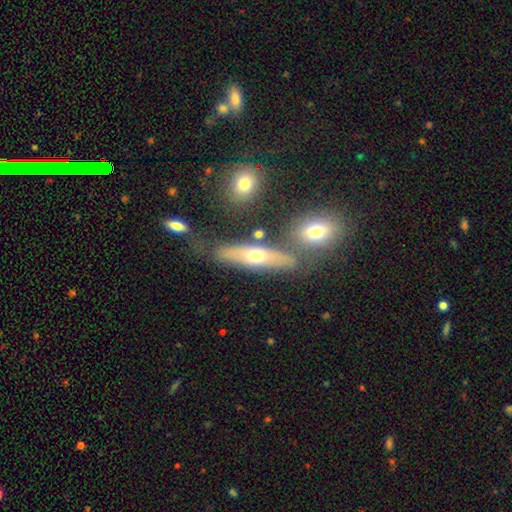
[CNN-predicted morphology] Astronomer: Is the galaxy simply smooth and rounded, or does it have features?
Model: smooth — 47% (runner-up: featured or disk, 44%).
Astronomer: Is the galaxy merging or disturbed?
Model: none — 66%.